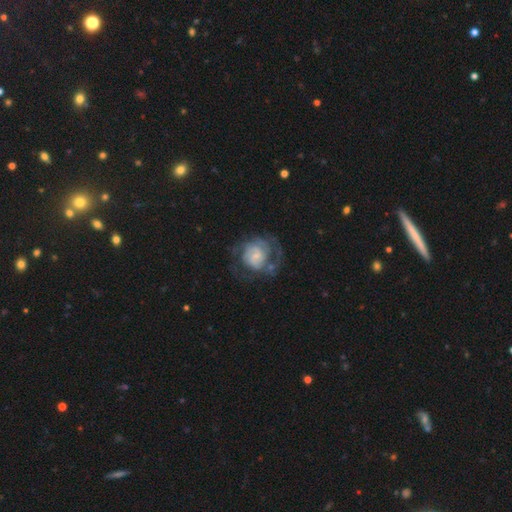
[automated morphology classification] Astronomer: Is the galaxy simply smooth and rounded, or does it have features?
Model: featured or disk — 73%.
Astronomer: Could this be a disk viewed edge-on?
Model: no — 98%.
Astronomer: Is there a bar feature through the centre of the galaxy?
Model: no — 64%.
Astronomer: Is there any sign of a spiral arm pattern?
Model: yes — 85%.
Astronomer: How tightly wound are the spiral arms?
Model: tight — 47% (runner-up: medium, 37%).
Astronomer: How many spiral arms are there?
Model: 2 — 35%, tied with can't tell at 35%.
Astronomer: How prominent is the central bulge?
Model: small — 62%.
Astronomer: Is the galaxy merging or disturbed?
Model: none — 52%.